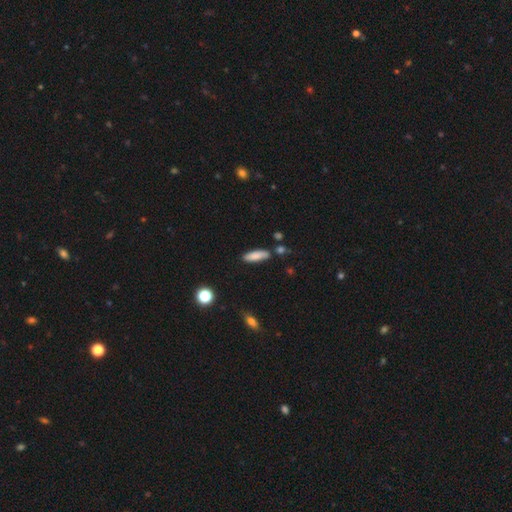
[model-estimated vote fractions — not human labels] smooth_or_featured: smooth (p=0.83) [alt: featured or disk p=0.09]
how_rounded: cigar-shaped (p=0.52) [alt: in between p=0.46]
merging: none (p=0.78) [alt: minor disturbance p=0.14]